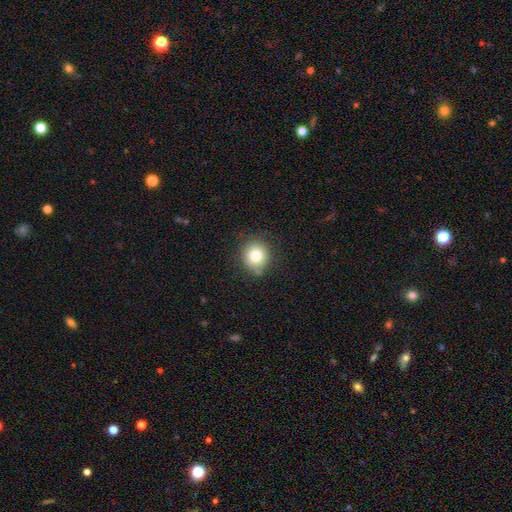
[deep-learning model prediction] Smooth or featured? Predicted: smooth (p=0.79). How rounded? Predicted: round (p=0.87). Merging? Predicted: none (p=0.82).